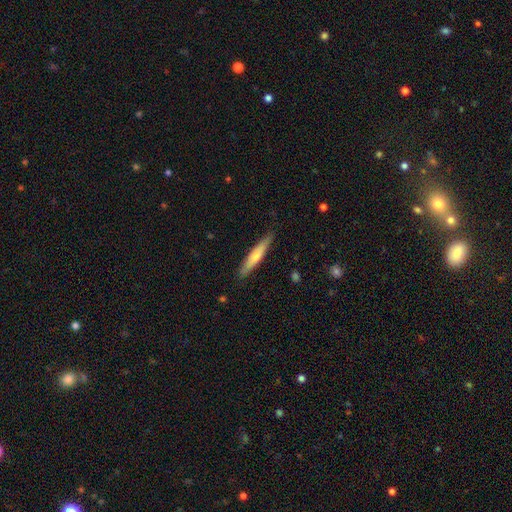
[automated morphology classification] A smooth galaxy with no disk features (59%) that is cigar-shaped (90%).

Vote fractions:
- Smooth or featured? smooth: 59% / featured or disk: 36% / star or artifact: 5%
- How rounded? cigar-shaped: 90% / in between: 9% / round: 1%
- Merging? none: 87% / minor disturbance: 10% / major disturbance: 2% / merger: 1%